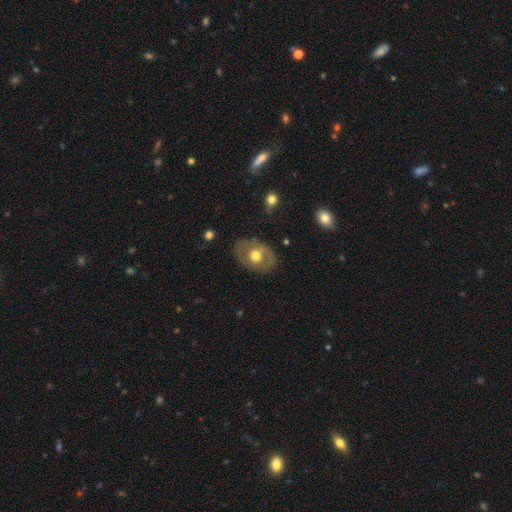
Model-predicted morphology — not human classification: Smooth or featured: smooth — 47% (featured or disk — 46%)
Merging: none — 76% (minor disturbance — 16%)